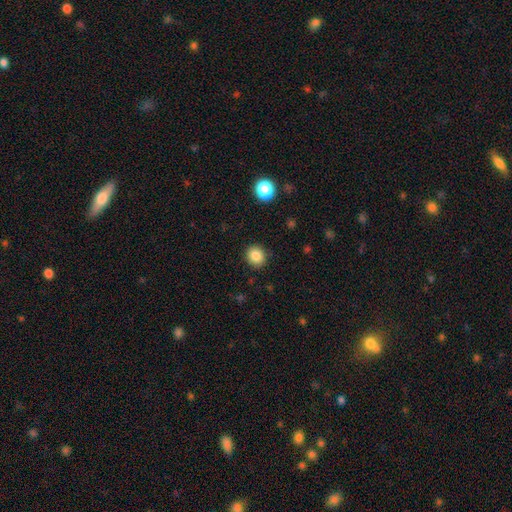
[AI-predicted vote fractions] smooth_or_featured: smooth (p=0.85) [alt: star or artifact p=0.10]
how_rounded: round (p=0.84) [alt: in between p=0.15]
merging: none (p=0.90) [alt: minor disturbance p=0.07]